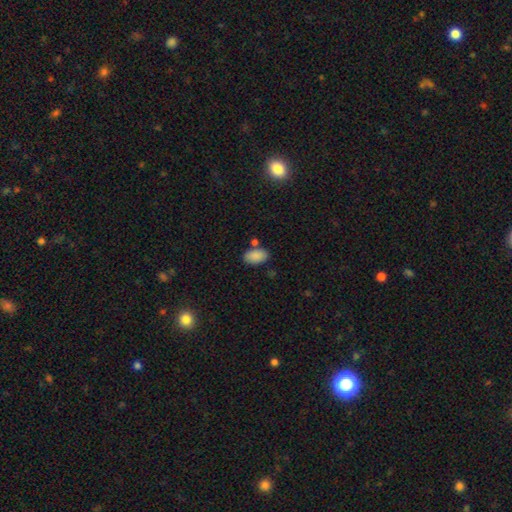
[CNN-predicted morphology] Smooth or featured: smooth — 88% (star or artifact — 8%)
How rounded: in between — 93% (round — 5%)
Merging: none — 73% (minor disturbance — 13%)